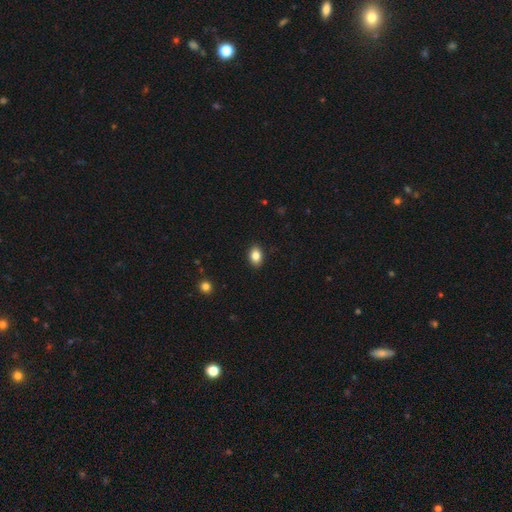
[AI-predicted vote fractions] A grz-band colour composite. It shows a smooth galaxy with no disk features (85%) that is in between round and cigar-shaped (81%). Merging: none (89%).